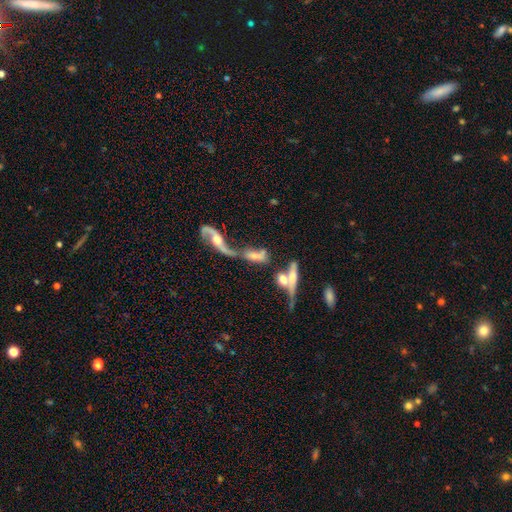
smooth 59%, featured or disk 38%, star or artifact 3%. Down the decision tree: how rounded — in between (70%); merging — merger (74%).